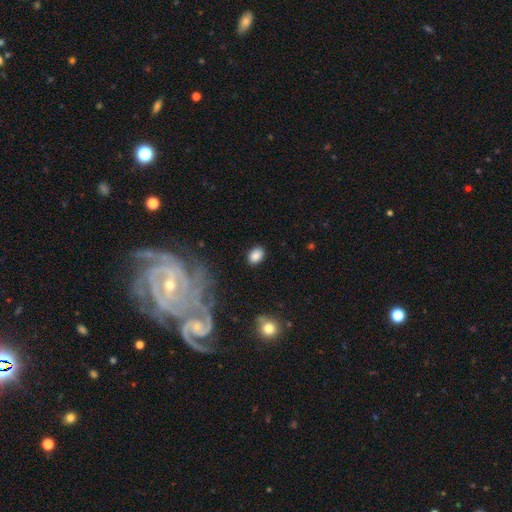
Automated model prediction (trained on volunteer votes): Overall: smooth (85%). How rounded: in between (76%). Merging: none (85%).